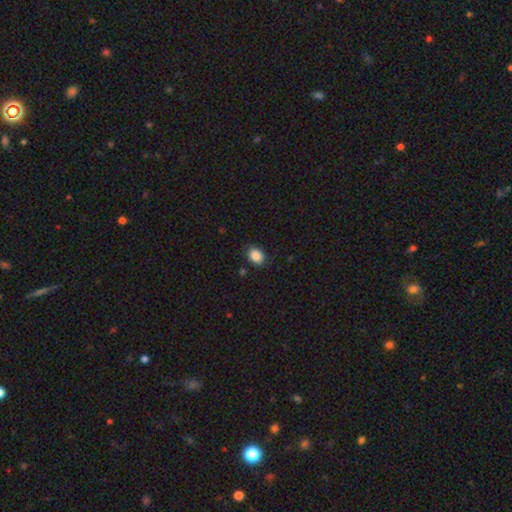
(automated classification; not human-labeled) Overall: smooth (88%). How rounded: in between (69%; round 30%). Merging: none (84%).